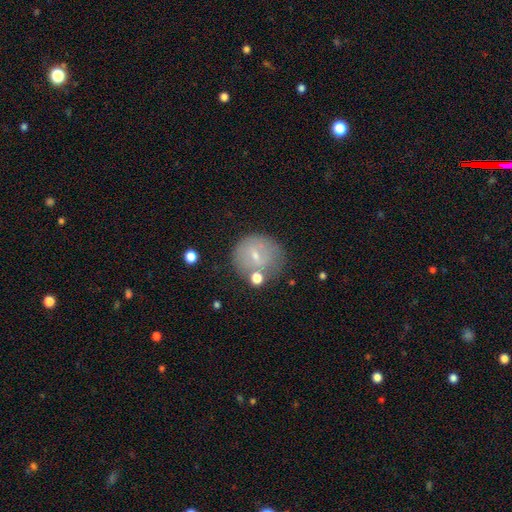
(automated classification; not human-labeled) Morphology: type=smooth (54%); roundness=round (84%); merging=none (63%).